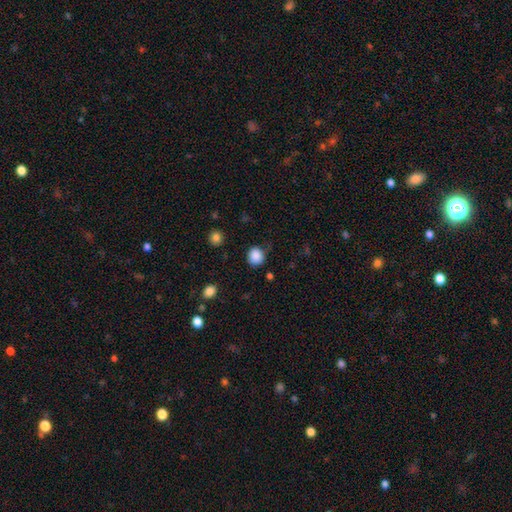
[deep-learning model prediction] Overall: smooth (87%). How rounded: round (84%). Merging: none (78%).